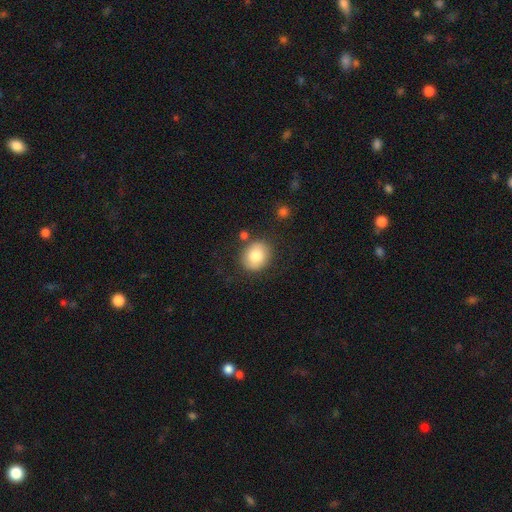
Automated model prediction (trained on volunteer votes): Overall: smooth (80%). How rounded: round (65%; in between 34%). Merging: none (81%).